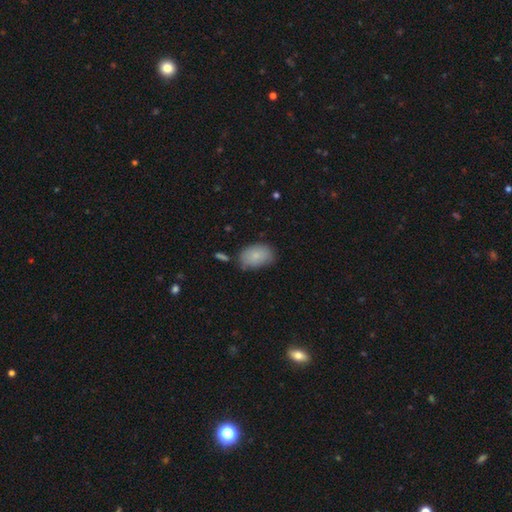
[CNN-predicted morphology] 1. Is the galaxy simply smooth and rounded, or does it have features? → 83% smooth, 10% featured or disk, 7% star or artifact.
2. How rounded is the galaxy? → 87% in between, 12% round, 1% cigar-shaped.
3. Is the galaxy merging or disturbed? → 67% none, 25% minor disturbance, 5% major disturbance, 3% merger.